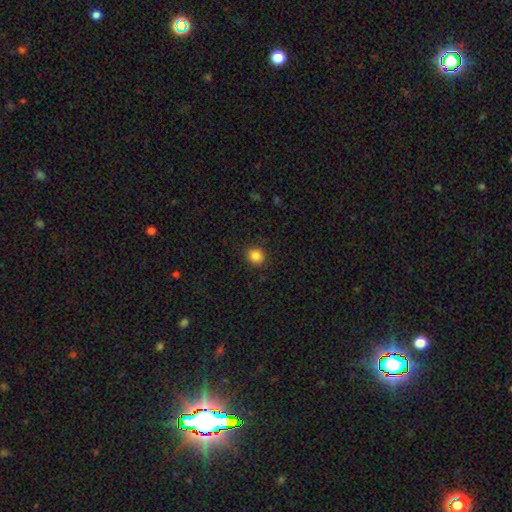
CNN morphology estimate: A smooth galaxy with no disk features (85%) that is round (76%). Merging: none (89%).